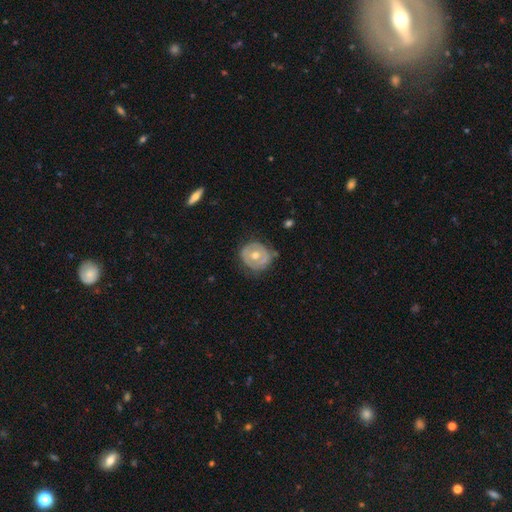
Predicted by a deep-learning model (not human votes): Morphology: type=featured or disk (50%); edge-on=no (96%); merging=none (64%).